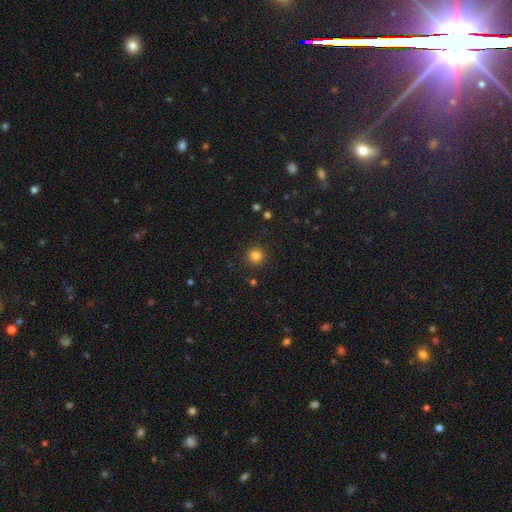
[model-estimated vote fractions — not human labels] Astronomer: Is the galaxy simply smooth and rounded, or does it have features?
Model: smooth — 83%.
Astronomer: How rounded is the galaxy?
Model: round — 95%.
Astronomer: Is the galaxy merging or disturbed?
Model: none — 91%.